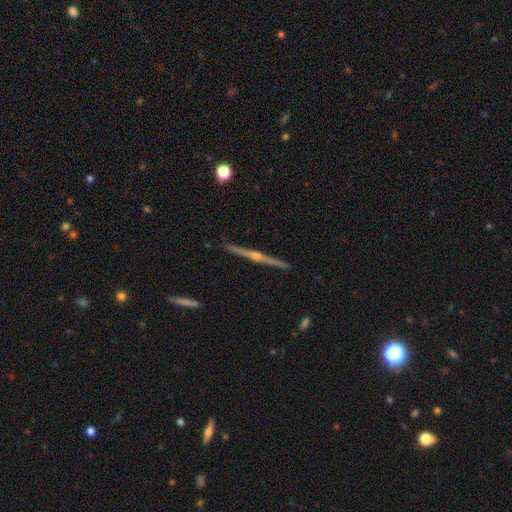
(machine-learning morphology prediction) Smooth or featured? Predicted: featured or disk (p=0.79). Edge-on disk? Predicted: yes (p=0.97). Edge-on bulge? Predicted: rounded (p=0.84). Merging? Predicted: none (p=0.89).